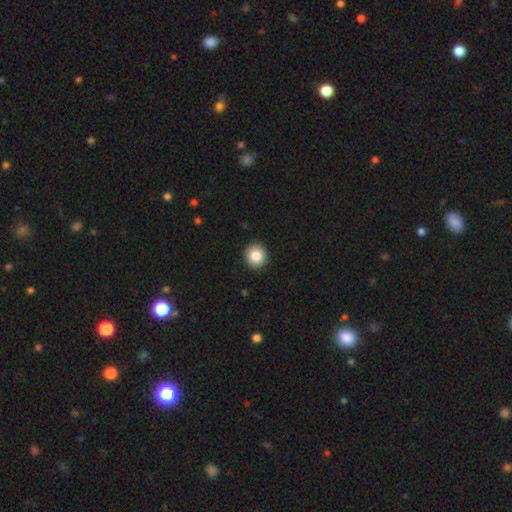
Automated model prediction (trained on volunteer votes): smooth_or_featured: smooth (p=0.85) [alt: star or artifact p=0.09]
how_rounded: round (p=0.92) [alt: in between p=0.07]
merging: none (p=0.92) [alt: minor disturbance p=0.06]